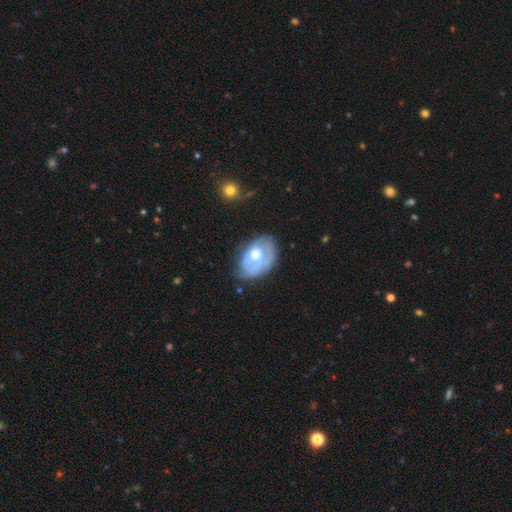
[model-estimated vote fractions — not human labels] Smooth or featured? Predicted: featured or disk (p=0.53). Edge-on disk? Predicted: no (p=0.95). Bar? Predicted: no (p=0.86). Spiral arms? Predicted: no (p=0.59). Bulge size? Predicted: moderate (p=0.63). Merging? Predicted: none (p=0.52).